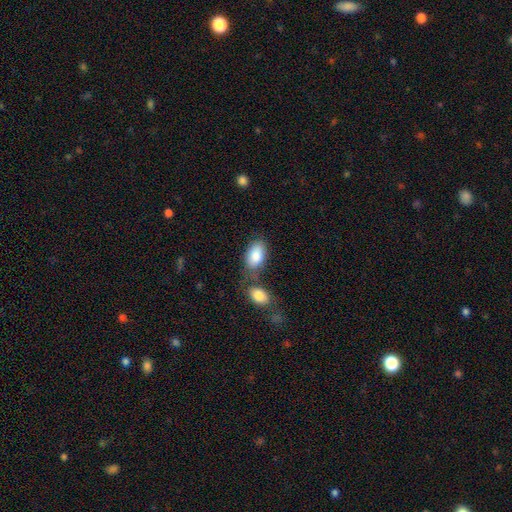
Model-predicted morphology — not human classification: This is clearly a smooth galaxy (85%). How rounded: clearly in between (93%). Merging: possibly none (52%).